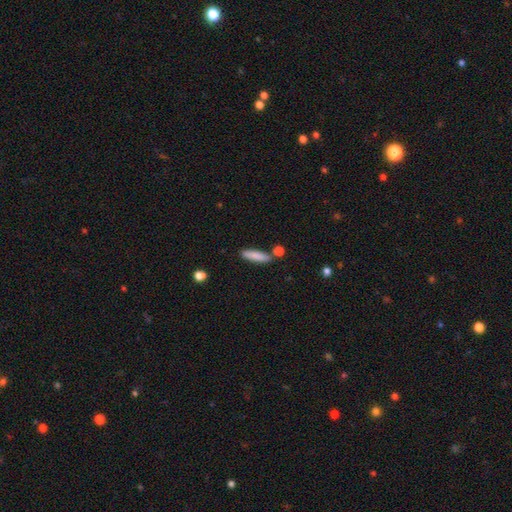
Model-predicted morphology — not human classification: Smooth or featured? smooth (83%)
How rounded? cigar-shaped (73%)
Merging? none (77%)